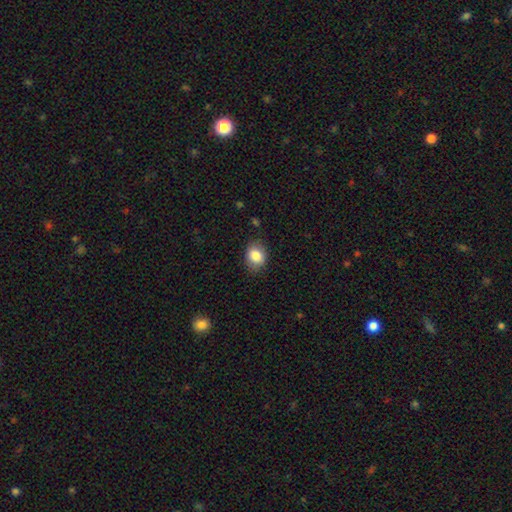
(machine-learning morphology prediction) smooth 84%, star or artifact 9%, featured or disk 8%. Down the decision tree: how rounded — in between (53%); merging — none (82%).